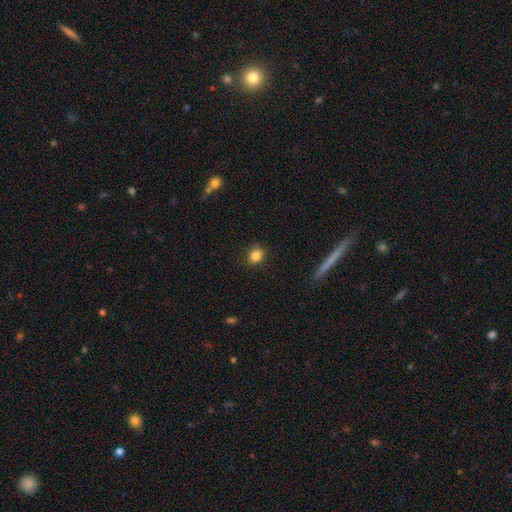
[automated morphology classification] Smooth or featured? smooth (85%)
How rounded? round (74%)
Merging? none (85%)